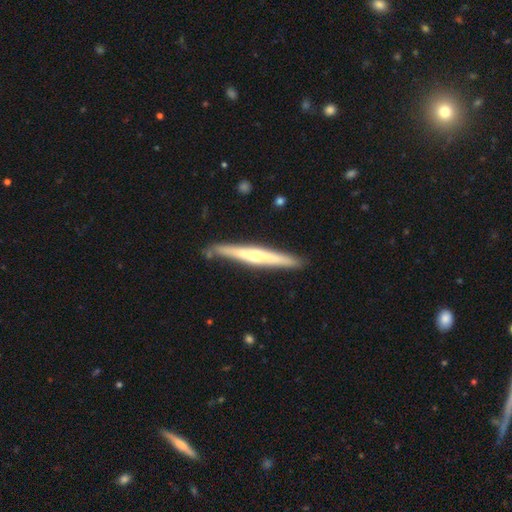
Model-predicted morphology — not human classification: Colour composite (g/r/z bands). It shows a featured or disk galaxy (66%) viewed edge-on (96%) with a rounded central bulge (76%). Merging: none (86%).